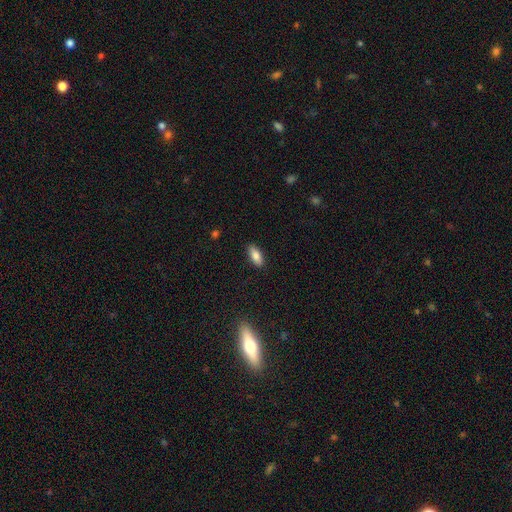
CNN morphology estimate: smooth 83%, featured or disk 9%, star or artifact 7%. Down the decision tree: how rounded — in between (81%); merging — none (88%).